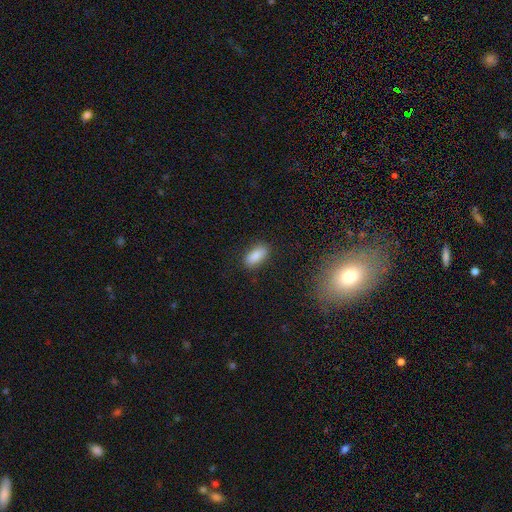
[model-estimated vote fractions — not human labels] Overall: smooth (87%). How rounded: in between (88%). Merging: none (86%).